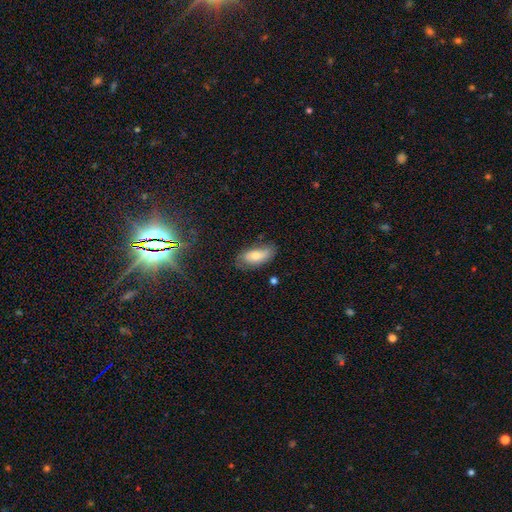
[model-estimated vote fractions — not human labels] smooth 63%, featured or disk 29%, star or artifact 8%. Down the decision tree: how rounded — in between (87%); merging — none (69%).